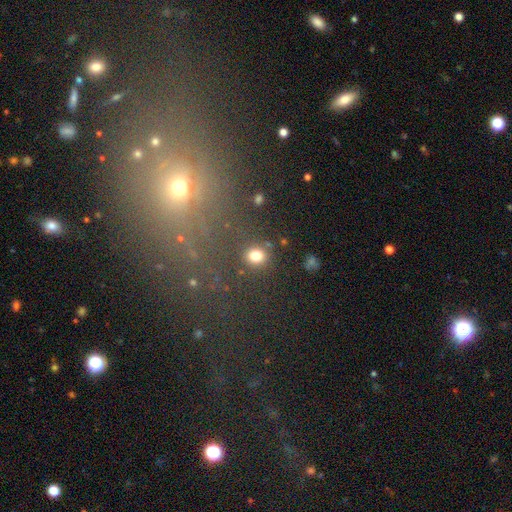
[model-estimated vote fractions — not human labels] This is likely a smooth galaxy (78%). How rounded: clearly round (81%). Merging: clearly none (83%).